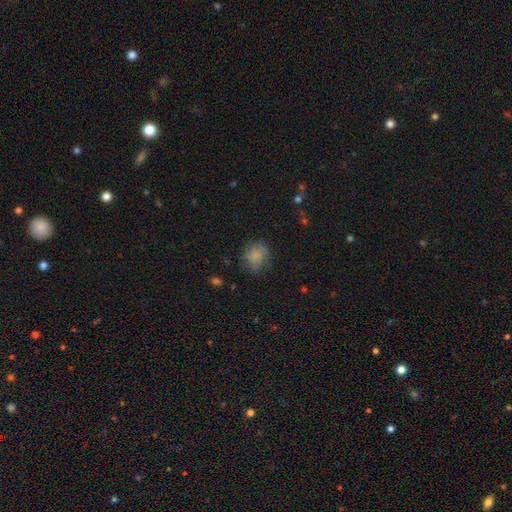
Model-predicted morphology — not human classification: Q: Smooth or featured?
A: smooth (73%); runner-up: featured or disk (18%)
Q: How rounded?
A: round (74%); runner-up: in between (25%)
Q: Merging?
A: none (67%); runner-up: minor disturbance (22%)